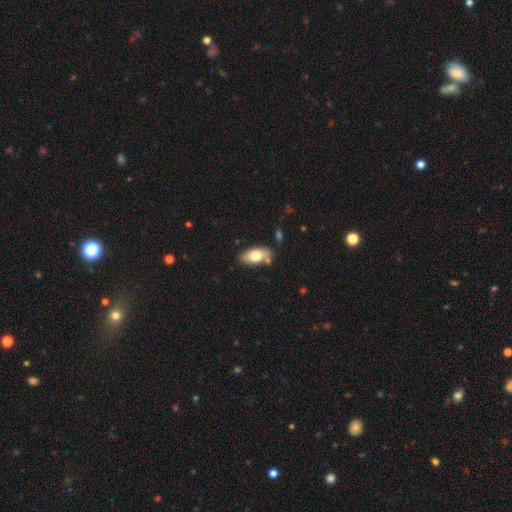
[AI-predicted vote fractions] smooth_or_featured: smooth (p=0.69) [alt: featured or disk p=0.25]
how_rounded: in between (p=0.90) [alt: cigar-shaped p=0.06]
merging: none (p=0.73) [alt: minor disturbance p=0.18]